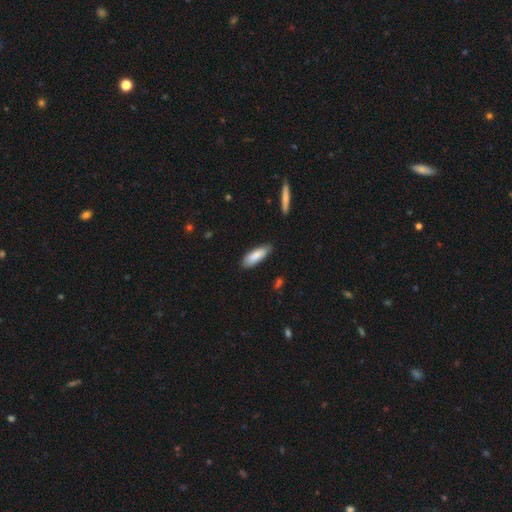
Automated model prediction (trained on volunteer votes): This appears to be a smooth galaxy with no disk features (85%) that is in between round and cigar-shaped (59%). Merging: none (80%).